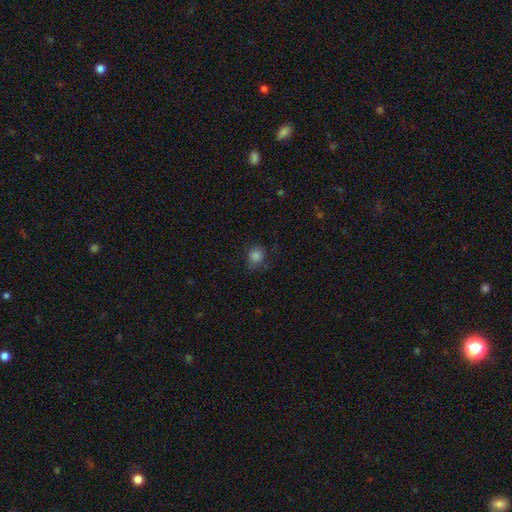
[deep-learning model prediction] This is clearly a smooth galaxy (82%). How rounded: likely round (73%). Merging: likely none (68%).